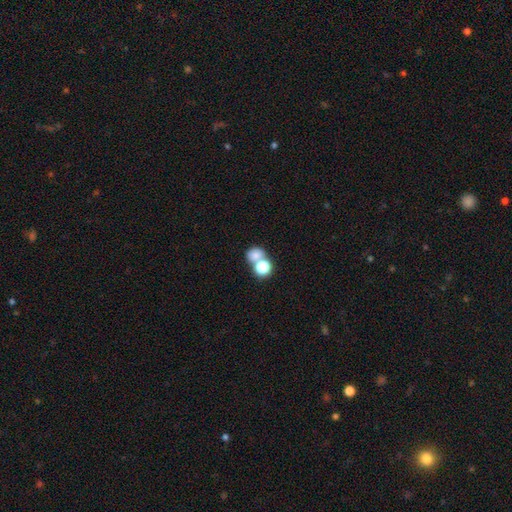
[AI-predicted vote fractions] A smooth galaxy with no disk features (74%) that is round (67%).

Vote fractions:
- Smooth or featured? smooth: 74% / star or artifact: 15% / featured or disk: 10%
- How rounded? round: 67% / in between: 32% / cigar-shaped: 1%
- Merging? merger: 49% / none: 40% / minor disturbance: 7% / major disturbance: 4%